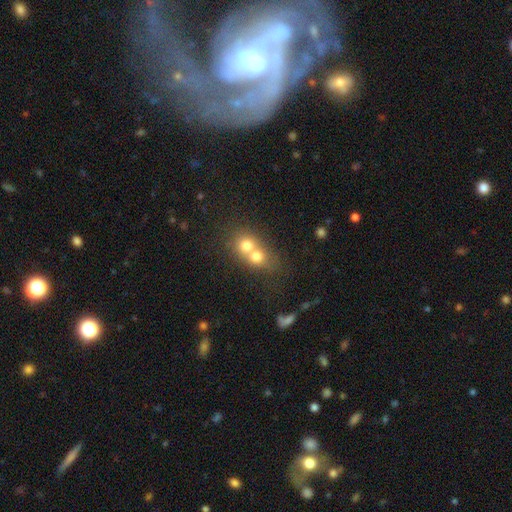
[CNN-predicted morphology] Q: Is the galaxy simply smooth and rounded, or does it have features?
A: smooth — 66%.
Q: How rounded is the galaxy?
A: round — 70%.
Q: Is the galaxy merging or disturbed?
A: merger — 71%.